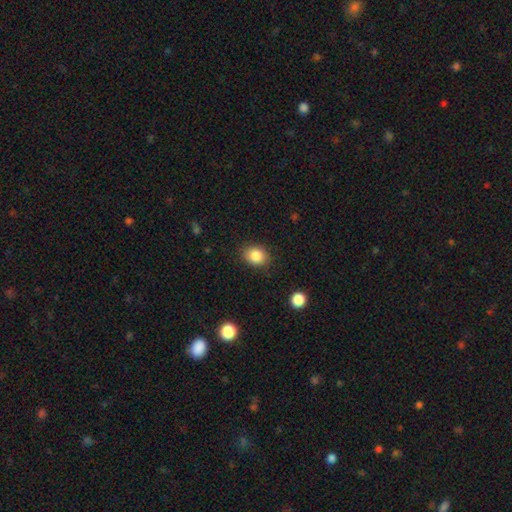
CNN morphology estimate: This is clearly a smooth galaxy (86%). How rounded: possibly in between (50%). Merging: clearly none (85%).